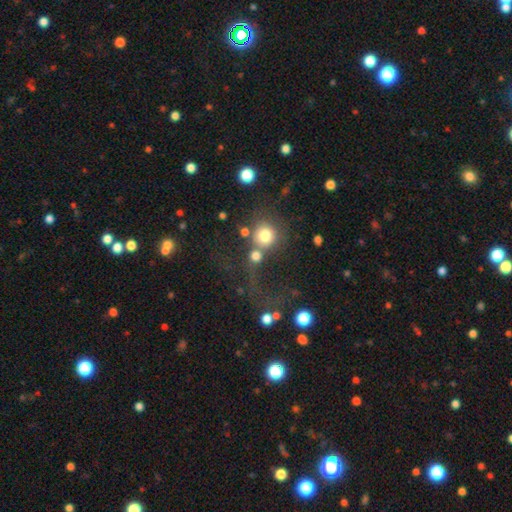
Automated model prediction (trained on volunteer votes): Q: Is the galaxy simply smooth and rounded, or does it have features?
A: smooth — 72%.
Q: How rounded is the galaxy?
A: round — 88%.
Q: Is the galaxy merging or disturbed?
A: none — 39%.